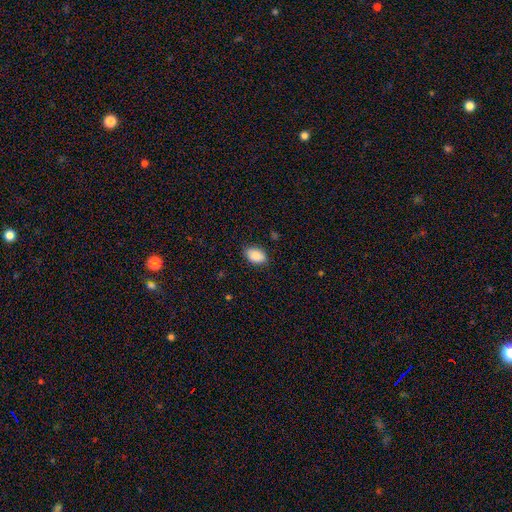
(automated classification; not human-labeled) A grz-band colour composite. It shows a smooth galaxy with no disk features (88%) that is in between round and cigar-shaped (89%). Merging: none (86%).